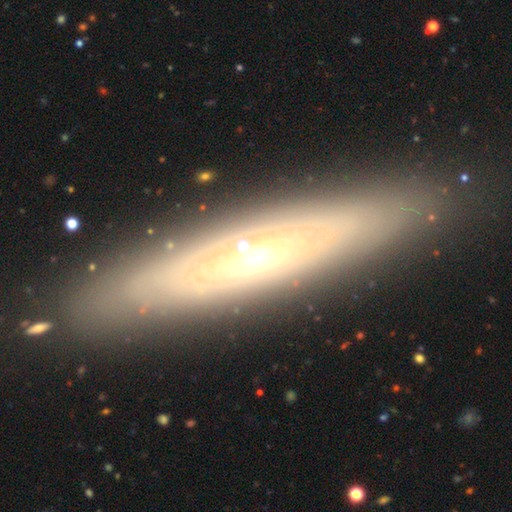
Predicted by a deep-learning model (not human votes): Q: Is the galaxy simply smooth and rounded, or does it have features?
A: featured or disk — 63%.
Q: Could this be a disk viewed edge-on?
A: yes — 66%.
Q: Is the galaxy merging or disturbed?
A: none — 87%.